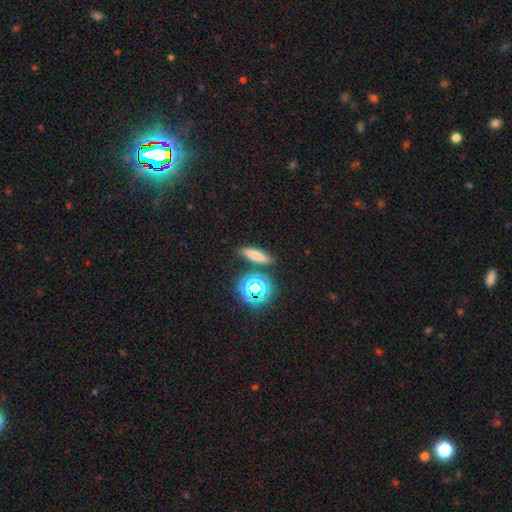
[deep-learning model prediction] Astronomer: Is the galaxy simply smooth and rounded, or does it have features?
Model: smooth — 67%.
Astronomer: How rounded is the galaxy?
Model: cigar-shaped — 56% (runner-up: in between, 35%).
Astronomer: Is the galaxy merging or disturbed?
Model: none — 82%.